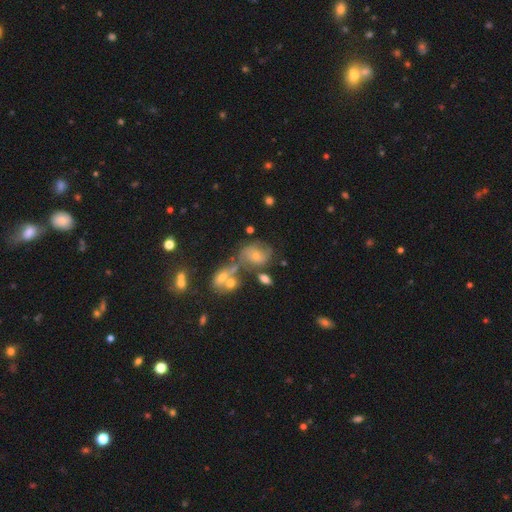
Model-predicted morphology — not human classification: The model was most divided on "merging": none: 39%, merger: 27%, minor disturbance: 20%, major disturbance: 14%. More confident: edge-on disk — no (96%); spiral arms — yes (73%); bar — no (65%); bulge size — small (56%); smooth or featured — featured or disk (55%).